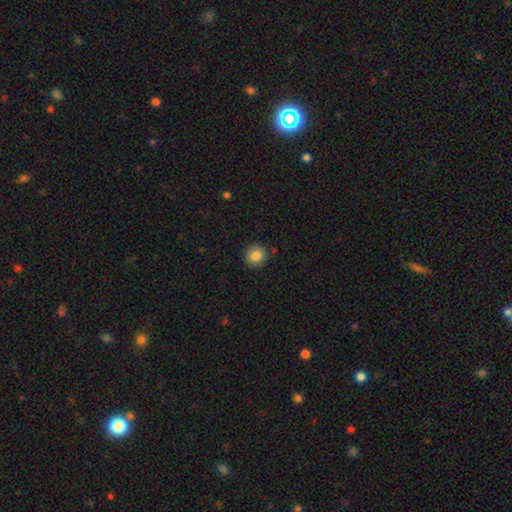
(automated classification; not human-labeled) A smooth galaxy with no disk features (85%) that is round (90%).

Vote fractions:
- Smooth or featured? smooth: 85% / star or artifact: 9% / featured or disk: 6%
- How rounded? round: 90% / in between: 9% / cigar-shaped: 1%
- Merging? none: 86% / minor disturbance: 10% / major disturbance: 2% / merger: 1%